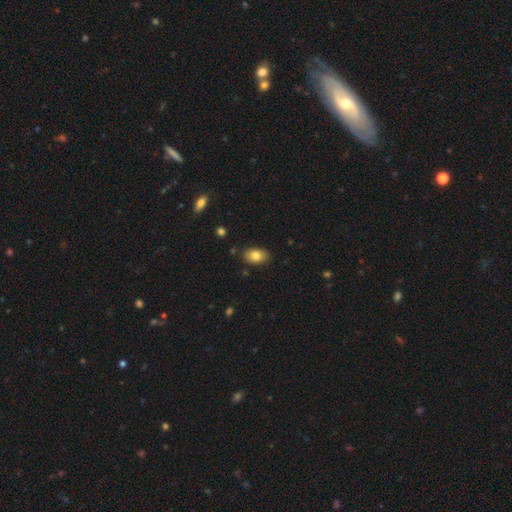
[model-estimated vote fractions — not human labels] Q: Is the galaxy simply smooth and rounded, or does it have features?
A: smooth — 82%.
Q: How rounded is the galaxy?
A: in between — 88%.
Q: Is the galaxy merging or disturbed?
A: none — 85%.